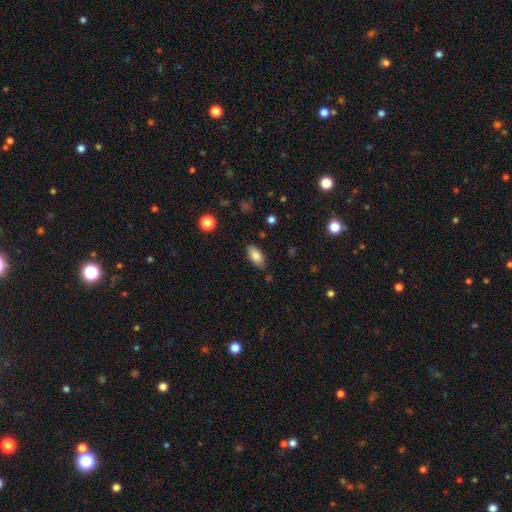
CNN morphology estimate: A smooth galaxy with no disk features (83%) that is in between round and cigar-shaped (90%).

Vote fractions:
- Smooth or featured? smooth: 83% / featured or disk: 9% / star or artifact: 8%
- How rounded? in between: 90% / cigar-shaped: 7% / round: 3%
- Merging? none: 82% / minor disturbance: 13% / major disturbance: 3% / merger: 2%